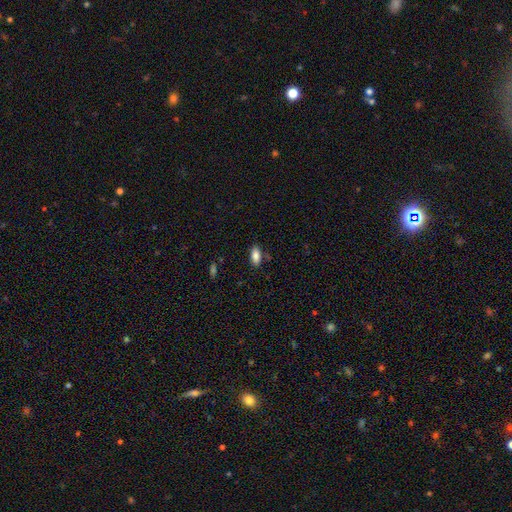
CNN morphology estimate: Smooth or featured?
  - smooth: 86% *
  - star or artifact: 8%
  - featured or disk: 6%
How rounded?
  - in between: 89% *
  - cigar-shaped: 8%
  - round: 3%
Merging?
  - none: 83% *
  - minor disturbance: 12%
  - merger: 3%
  - major disturbance: 3%